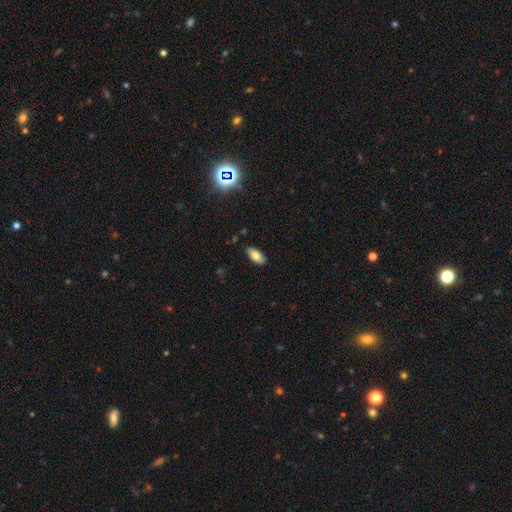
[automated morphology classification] Smooth or featured?
  - smooth: 79% *
  - featured or disk: 13%
  - star or artifact: 8%
How rounded?
  - in between: 89% *
  - cigar-shaped: 8%
  - round: 2%
Merging?
  - none: 85% *
  - minor disturbance: 11%
  - major disturbance: 2%
  - merger: 1%